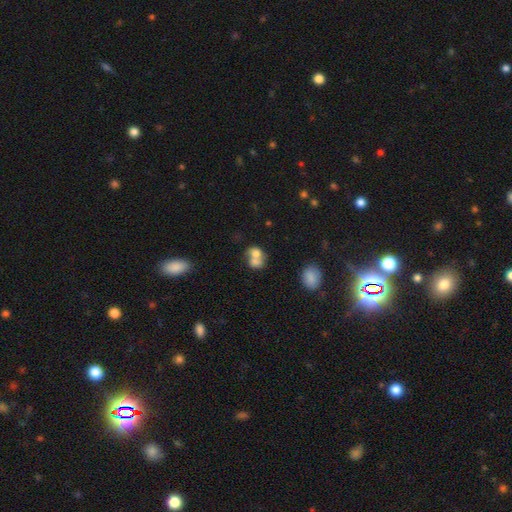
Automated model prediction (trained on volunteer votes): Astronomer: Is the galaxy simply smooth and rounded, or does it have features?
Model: smooth — 71%.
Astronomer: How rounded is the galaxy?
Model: round — 56% (runner-up: in between, 43%).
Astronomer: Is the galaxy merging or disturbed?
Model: merger — 66%.